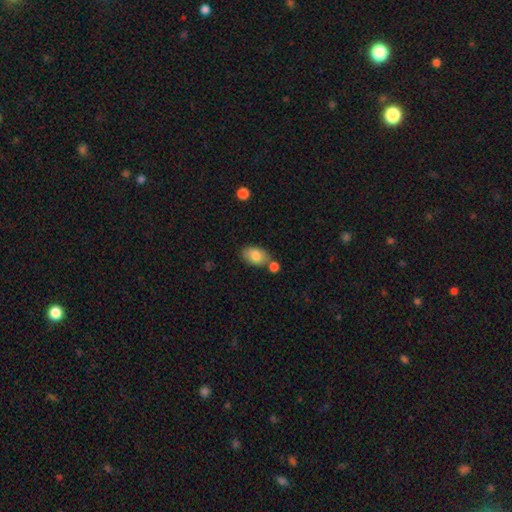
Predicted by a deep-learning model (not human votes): Q: Smooth or featured?
A: smooth (81%); runner-up: featured or disk (12%)
Q: How rounded?
A: in between (87%); runner-up: round (12%)
Q: Merging?
A: none (60%); runner-up: merger (22%)